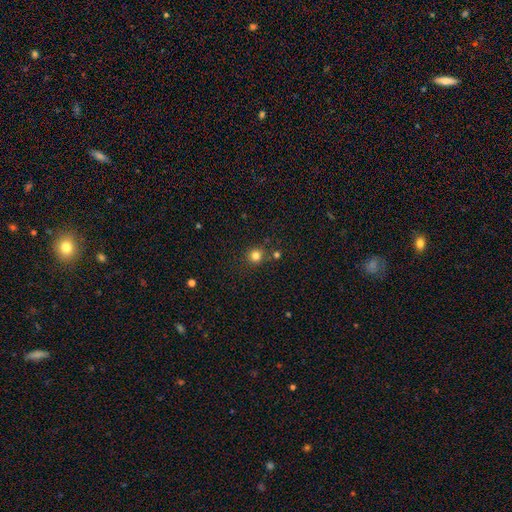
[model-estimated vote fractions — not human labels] A smooth galaxy with no disk features (80%) that is round (92%). Merging: none (81%).